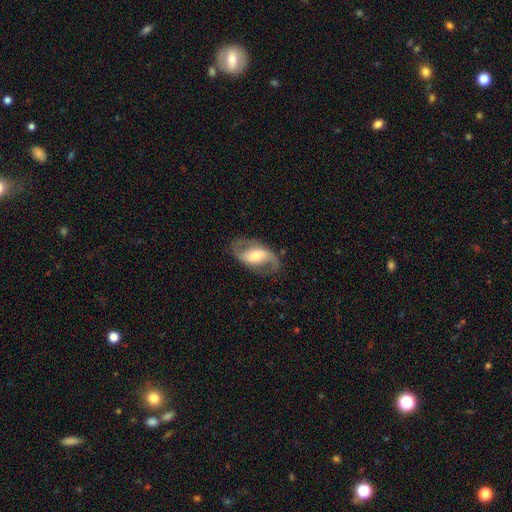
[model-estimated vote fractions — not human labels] Smooth or featured?
  - featured or disk: 80% *
  - smooth: 14%
  - star or artifact: 5%
Edge-on disk?
  - no: 95% *
  - yes: 5%
Bar?
  - weak: 38% *
  - no: 31%
  - strong: 31%
Spiral arms?
  - yes: 90% *
  - no: 10%
Spiral winding?
  - loose: 55% *
  - medium: 35%
  - tight: 10%
Spiral arm count?
  - 2: 89% *
  - 1: 4%
  - can't tell: 4%
  - 3: 1%
  - 4: 1%
  - more than 4: 1%
Bulge size?
  - moderate: 58% *
  - small: 31%
  - large: 8%
  - dominant: 1%
  - none: 1%
Merging?
  - none: 77% *
  - minor disturbance: 14%
  - major disturbance: 8%
  - merger: 1%